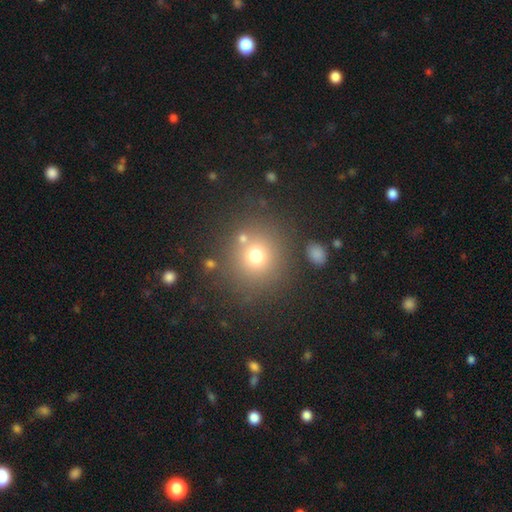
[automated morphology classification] Smooth or featured?
  - smooth: 71% *
  - star or artifact: 18%
  - featured or disk: 11%
How rounded?
  - round: 88% *
  - in between: 11%
  - cigar-shaped: 1%
Merging?
  - none: 78% *
  - minor disturbance: 9%
  - merger: 8%
  - major disturbance: 5%